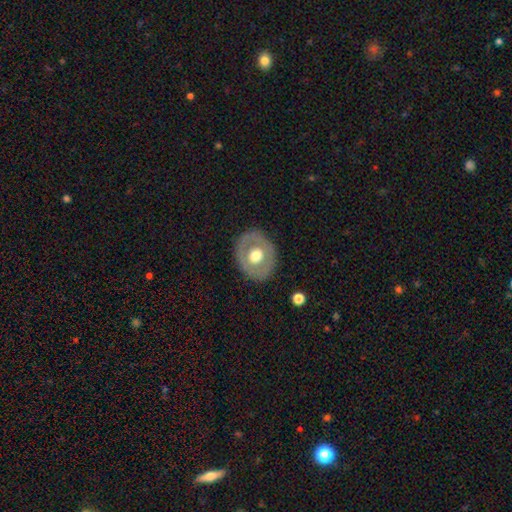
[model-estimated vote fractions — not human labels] Smooth or featured? Predicted: featured or disk (p=0.50). Merging? Predicted: none (p=0.83).